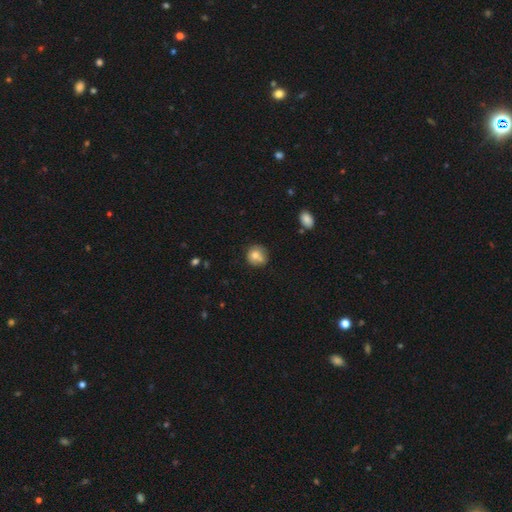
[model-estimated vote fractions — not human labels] Smooth or featured? Predicted: smooth (p=0.74). How rounded? Predicted: round (p=0.85). Merging? Predicted: none (p=0.61).